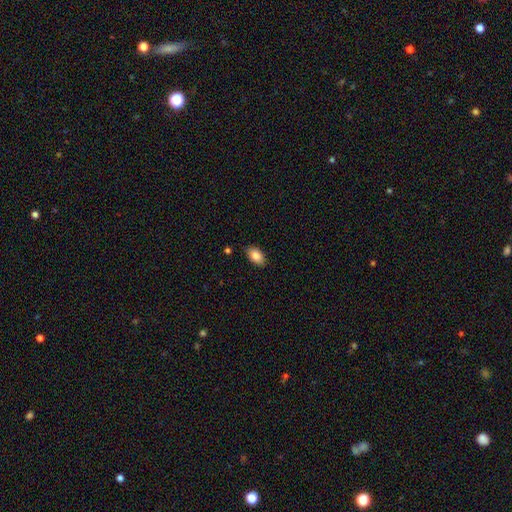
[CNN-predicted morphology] Smooth or featured? smooth (85%)
How rounded? in between (91%)
Merging? none (85%)